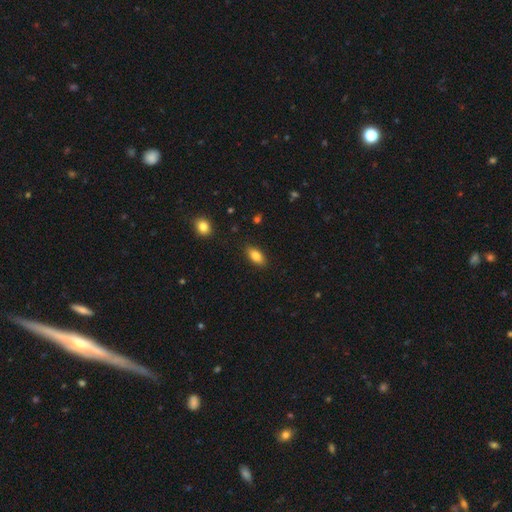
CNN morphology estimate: Smooth or featured? smooth (83%)
How rounded? in between (89%)
Merging? none (87%)